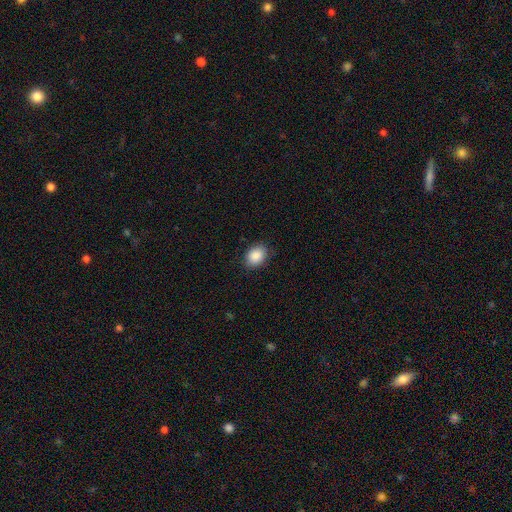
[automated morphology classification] Overall: smooth (88%). How rounded: in between (65%; round 34%). Merging: none (86%).